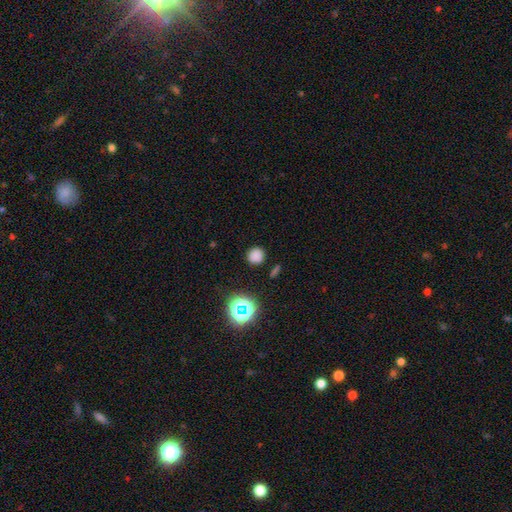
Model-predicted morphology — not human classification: A smooth galaxy with no disk features (76%) that is round (92%).

Vote fractions:
- Smooth or featured? smooth: 76% / star or artifact: 19% / featured or disk: 5%
- How rounded? round: 92% / in between: 7% / cigar-shaped: 1%
- Merging? none: 88% / minor disturbance: 7% / major disturbance: 3% / merger: 2%